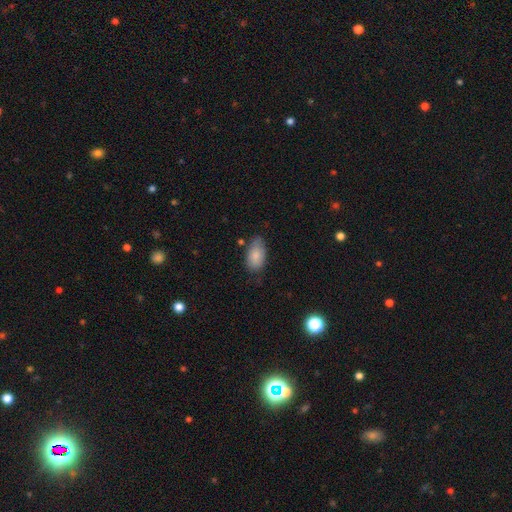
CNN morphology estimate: Smooth or featured?
  - smooth: 84% *
  - featured or disk: 9%
  - star or artifact: 7%
How rounded?
  - in between: 93% *
  - round: 5%
  - cigar-shaped: 2%
Merging?
  - none: 65% *
  - minor disturbance: 26%
  - major disturbance: 5%
  - merger: 3%